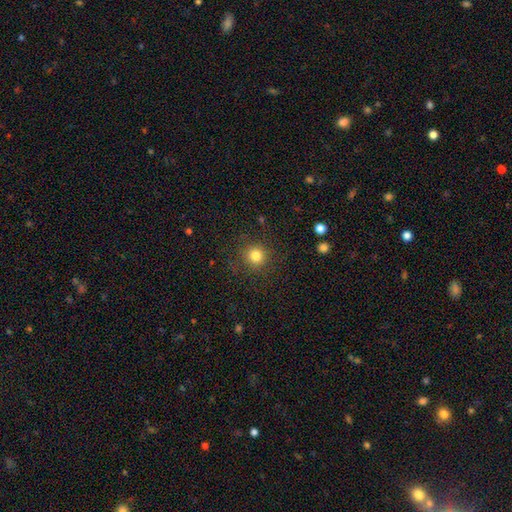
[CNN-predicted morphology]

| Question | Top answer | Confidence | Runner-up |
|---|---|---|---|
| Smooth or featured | smooth | 81% | star or artifact (13%) |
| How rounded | round | 93% | in between (6%) |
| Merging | none | 87% | minor disturbance (8%) |